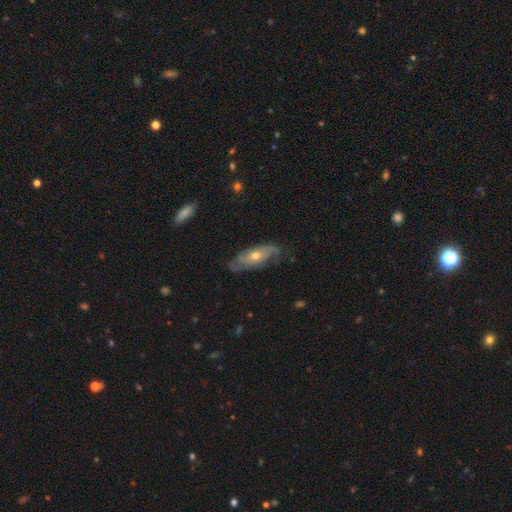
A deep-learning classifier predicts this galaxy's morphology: Smooth or featured? Predicted: featured or disk (p=0.71). Edge-on disk? Predicted: no (p=0.82). Bar? Predicted: no (p=0.76). Spiral arms? Predicted: yes (p=0.84). Bulge size? Predicted: moderate (p=0.59). Merging? Predicted: none (p=0.71).